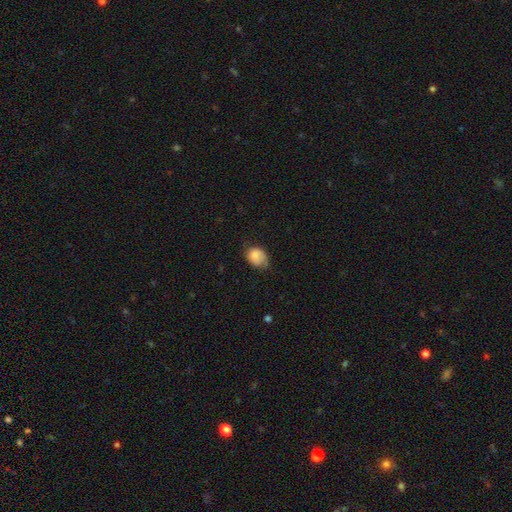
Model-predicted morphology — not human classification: smooth_or_featured: smooth (p=0.77) [alt: featured or disk p=0.15]
how_rounded: in between (p=0.59) [alt: round p=0.40]
merging: none (p=0.47) [alt: minor disturbance p=0.38]